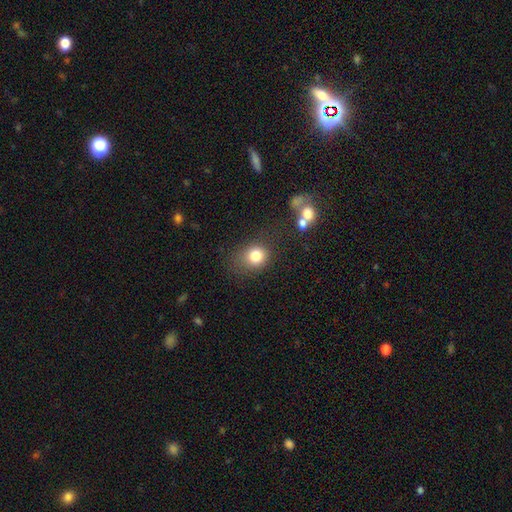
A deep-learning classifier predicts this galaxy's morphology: type=smooth (81%); roundness=round (66%); merging=none (61%).